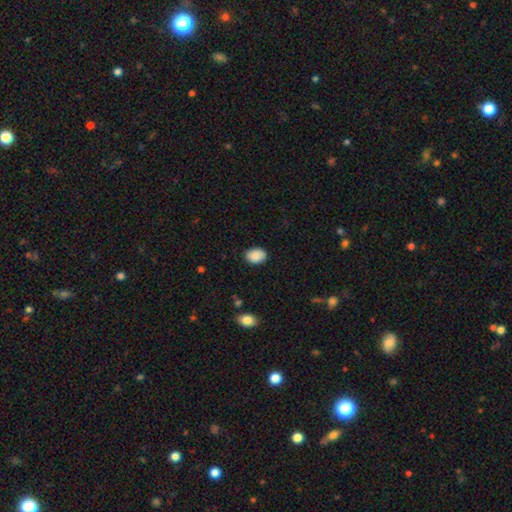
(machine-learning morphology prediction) Smooth or featured? smooth (89%)
How rounded? in between (70%)
Merging? none (86%)